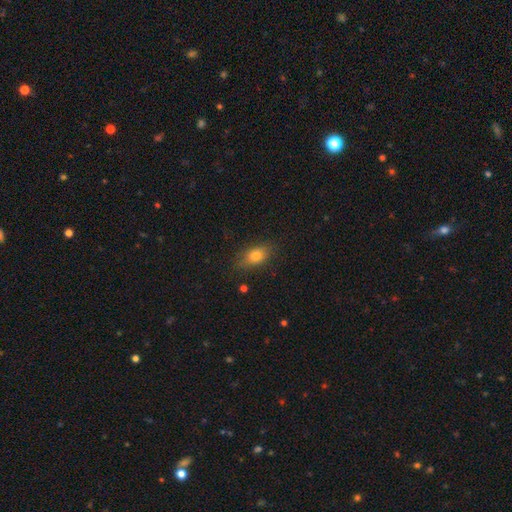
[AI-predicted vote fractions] smooth 78%, featured or disk 12%, star or artifact 10%. Down the decision tree: how rounded — in between (79%); merging — none (79%).